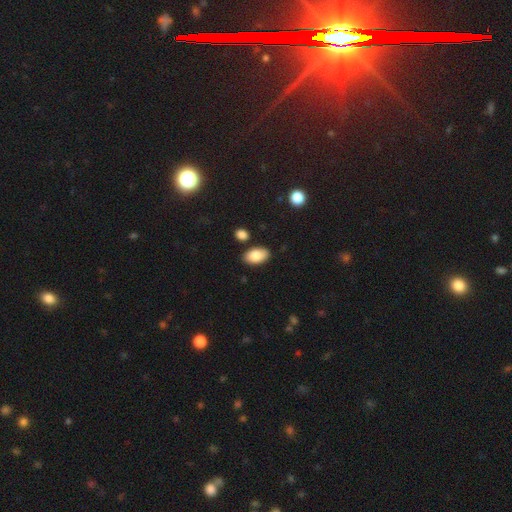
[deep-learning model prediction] Overall: smooth (84%). How rounded: in between (93%). Merging: none (83%).